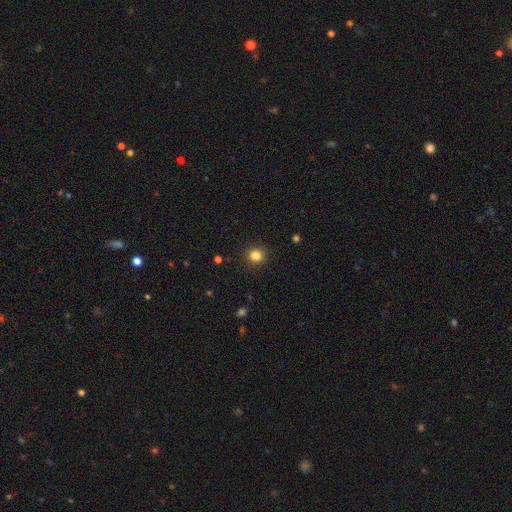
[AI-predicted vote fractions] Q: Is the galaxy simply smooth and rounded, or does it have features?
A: smooth — 84%.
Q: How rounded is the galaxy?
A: round — 88%.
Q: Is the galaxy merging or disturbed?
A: none — 91%.